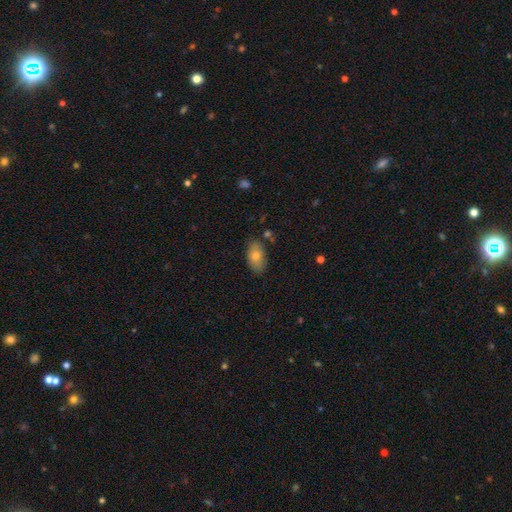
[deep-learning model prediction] Smooth or featured? Predicted: smooth (p=0.75). How rounded? Predicted: in between (p=0.92). Merging? Predicted: none (p=0.81).